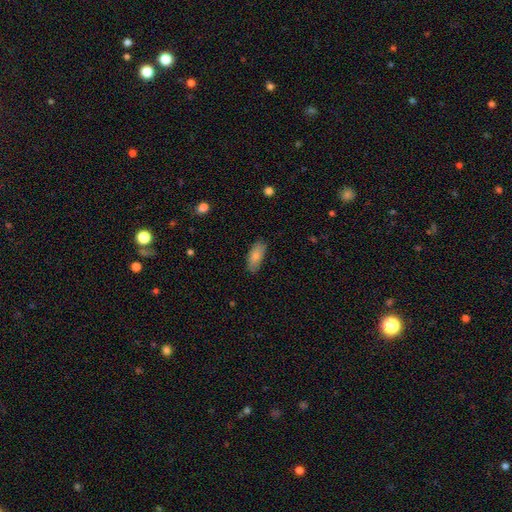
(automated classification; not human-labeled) Smooth or featured: smooth — 81% (featured or disk — 12%)
How rounded: in between — 86% (cigar-shaped — 11%)
Merging: none — 81% (minor disturbance — 15%)